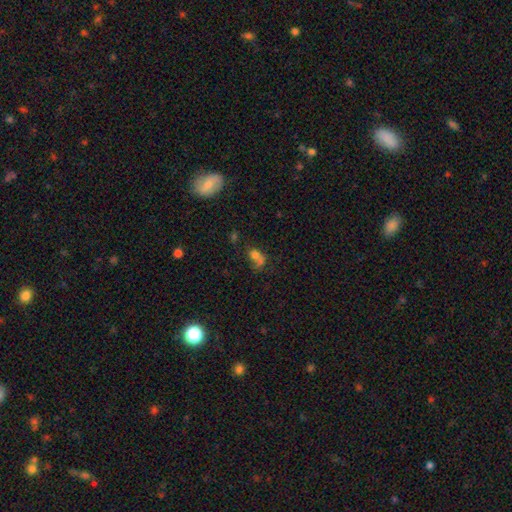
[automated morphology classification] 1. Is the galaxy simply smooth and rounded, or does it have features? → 66% smooth, 18% star or artifact, 16% featured or disk.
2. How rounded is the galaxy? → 54% in between, 44% round, 2% cigar-shaped.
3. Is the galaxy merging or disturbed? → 45% merger, 28% none, 15% major disturbance, 13% minor disturbance.